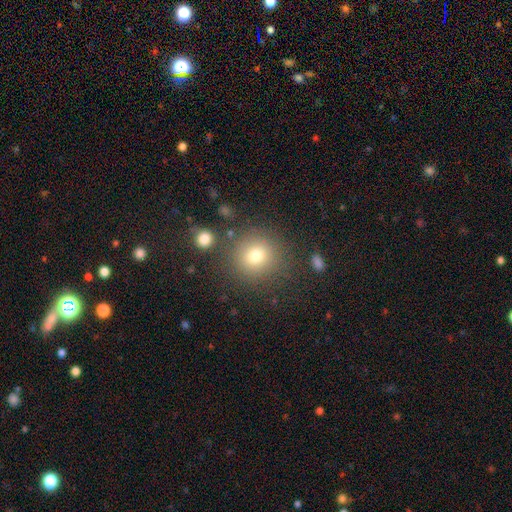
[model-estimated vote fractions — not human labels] smooth-or-featured: smooth: 76% | star or artifact: 14% | featured or disk: 10%
  how-rounded: round: 89% | in between: 10% | cigar-shaped: 1%
  merging: none: 82% | minor disturbance: 9% | merger: 5% | major disturbance: 4%